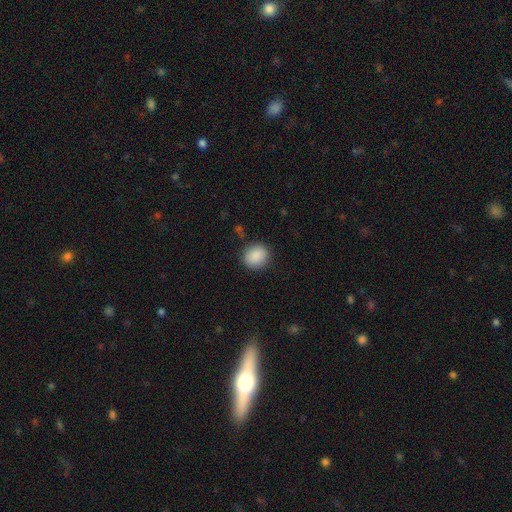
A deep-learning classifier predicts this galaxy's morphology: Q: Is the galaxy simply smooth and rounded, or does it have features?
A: smooth — 89%.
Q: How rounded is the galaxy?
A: round — 79%.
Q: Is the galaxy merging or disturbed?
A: none — 87%.